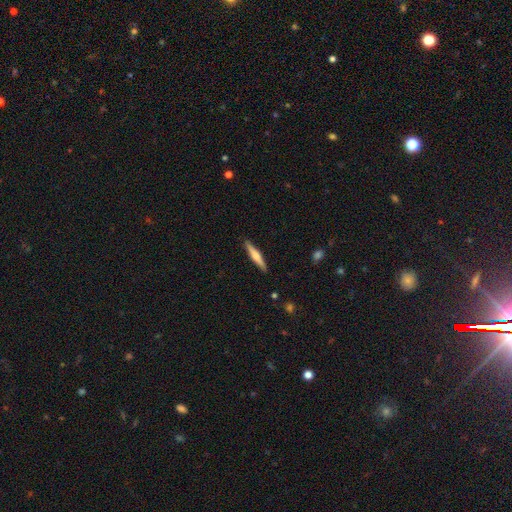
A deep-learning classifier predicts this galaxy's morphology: Smooth or featured?
  - featured or disk: 53% *
  - smooth: 41%
  - star or artifact: 5%
Edge-on disk?
  - yes: 97% *
  - no: 3%
Edge-on bulge?
  - rounded: 81% *
  - none: 9%
  - boxy: 9%
Merging?
  - none: 91% *
  - minor disturbance: 7%
  - major disturbance: 1%
  - merger: 1%